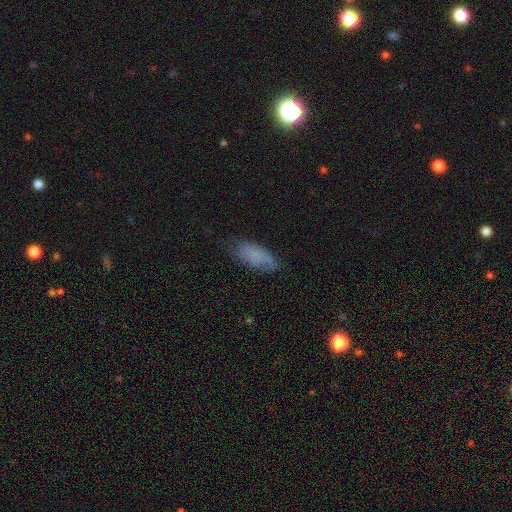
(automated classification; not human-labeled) Overall: smooth (75%). How rounded: in between (81%). Merging: none (62%; minor disturbance 28%).